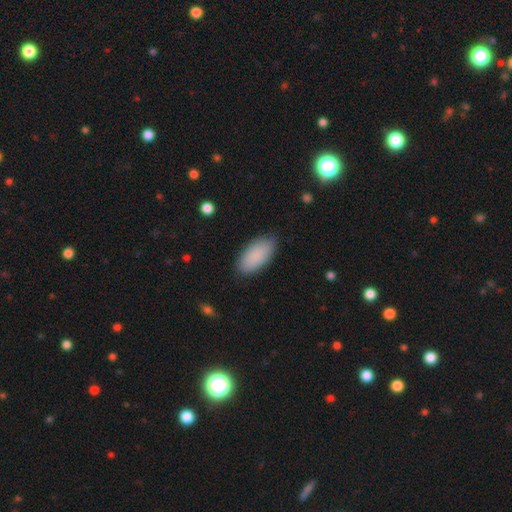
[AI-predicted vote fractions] Smooth or featured?
  - smooth: 88% *
  - star or artifact: 6%
  - featured or disk: 5%
How rounded?
  - in between: 93% *
  - cigar-shaped: 5%
  - round: 2%
Merging?
  - none: 85% *
  - minor disturbance: 11%
  - major disturbance: 3%
  - merger: 1%